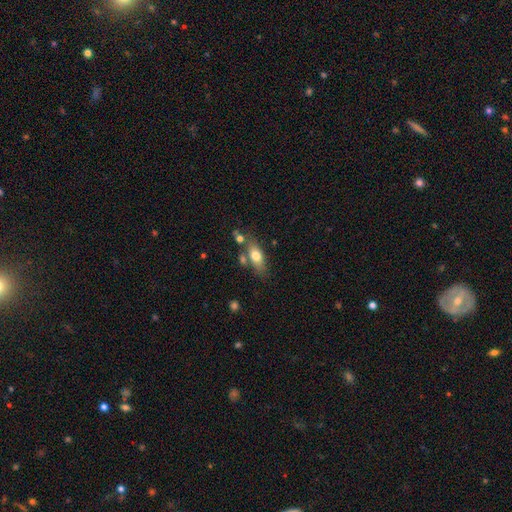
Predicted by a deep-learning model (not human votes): This is likely a smooth galaxy (72%). How rounded: likely in between (77%). Merging: likely none (65%).